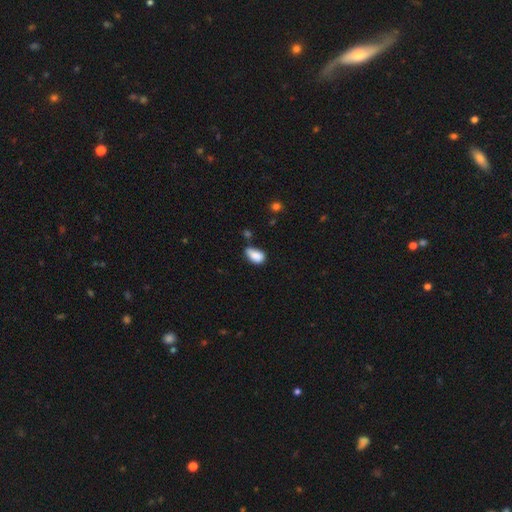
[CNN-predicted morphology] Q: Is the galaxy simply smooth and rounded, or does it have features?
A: smooth — 83%.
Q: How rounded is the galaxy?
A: in between — 90%.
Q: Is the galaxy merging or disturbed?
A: none — 41%.